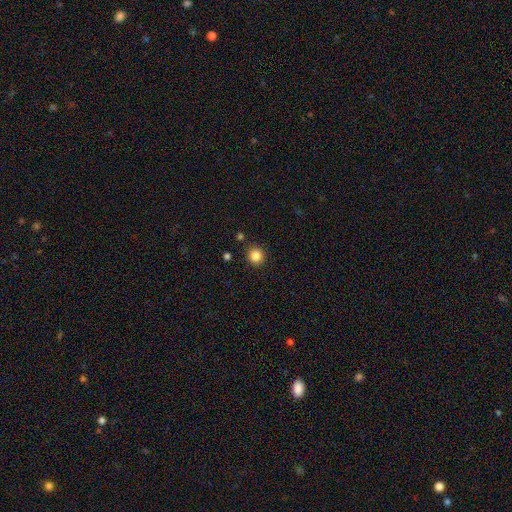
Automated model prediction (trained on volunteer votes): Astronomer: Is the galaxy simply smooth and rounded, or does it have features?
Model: smooth — 85%.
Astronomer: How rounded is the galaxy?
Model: round — 92%.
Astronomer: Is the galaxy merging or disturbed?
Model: none — 89%.